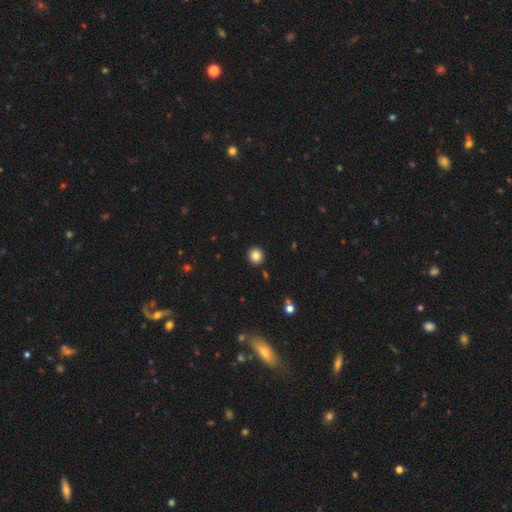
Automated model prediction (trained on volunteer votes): Smooth or featured? smooth (84%)
How rounded? round (91%)
Merging? none (92%)